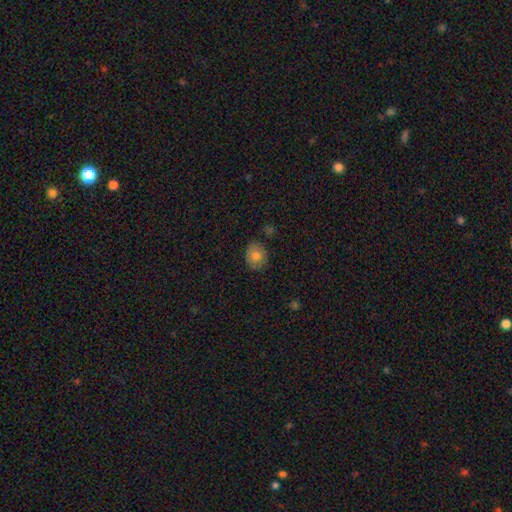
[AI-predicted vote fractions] Smooth or featured: smooth — 78% (featured or disk — 12%)
How rounded: round — 64% (in between — 35%)
Merging: none — 80% (minor disturbance — 15%)